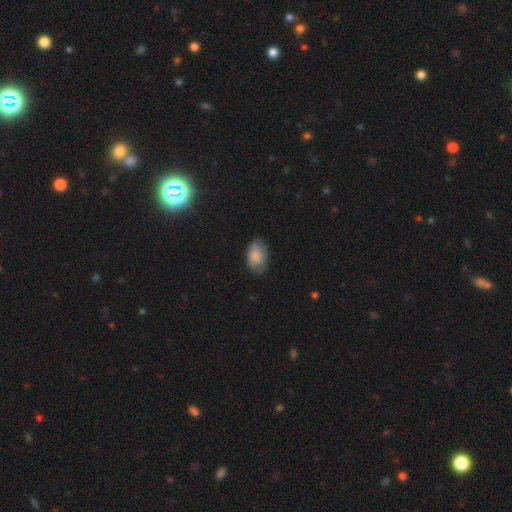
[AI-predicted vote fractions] This appears to be a smooth galaxy with no disk features (80%) that is in between round and cigar-shaped (91%). Merging: none (71%).